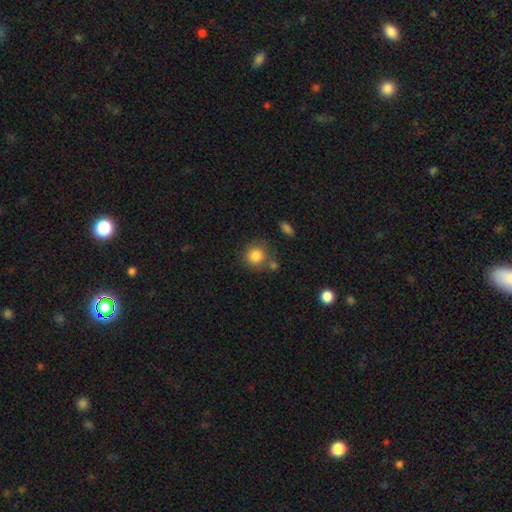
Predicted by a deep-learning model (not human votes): Q: Smooth or featured?
A: smooth (85%); runner-up: star or artifact (9%)
Q: How rounded?
A: round (90%); runner-up: in between (9%)
Q: Merging?
A: none (68%); runner-up: merger (14%)